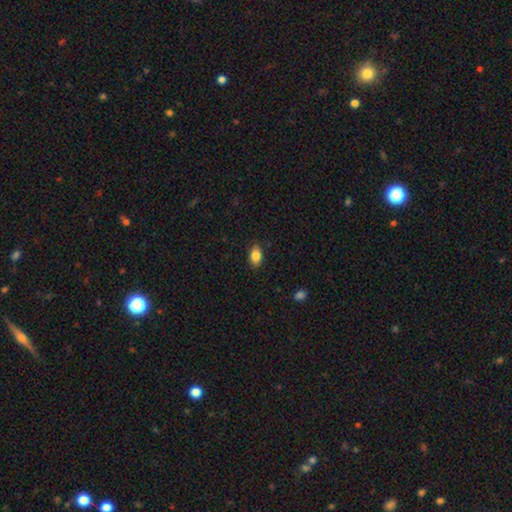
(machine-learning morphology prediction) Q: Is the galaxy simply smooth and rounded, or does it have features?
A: smooth — 85%.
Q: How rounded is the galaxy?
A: in between — 86%.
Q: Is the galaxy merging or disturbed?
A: none — 87%.